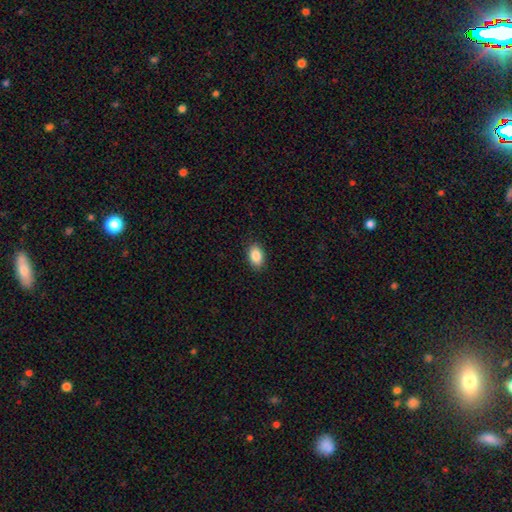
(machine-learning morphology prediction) This is clearly a smooth galaxy (88%). How rounded: clearly in between (89%). Merging: clearly none (90%).